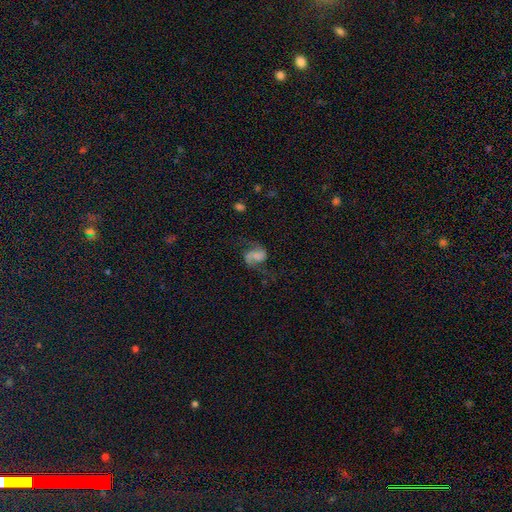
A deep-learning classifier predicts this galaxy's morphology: Smooth or featured: featured or disk — 67% (smooth — 23%)
Edge-on disk: no — 98% (yes — 2%)
Bar: no — 46% (weak — 36%)
Spiral arms: yes — 91% (no — 9%)
Spiral winding: loose — 62% (medium — 31%)
Spiral arm count: 2 — 89% (1 — 5%)
Bulge size: none — 53% (large — 14%)
Merging: none — 56% (major disturbance — 22%)